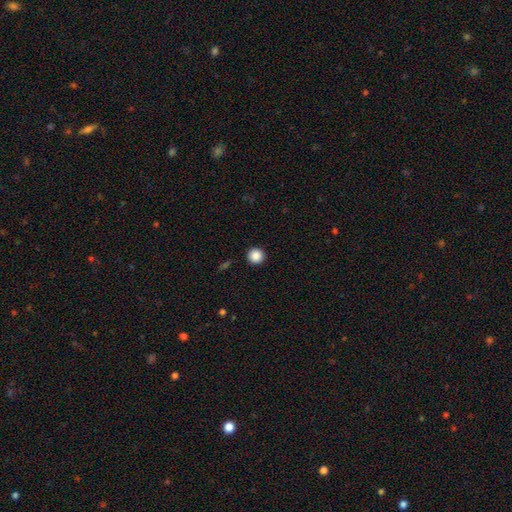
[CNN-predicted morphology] smooth_or_featured: smooth (p=0.87) [alt: star or artifact p=0.10]
how_rounded: round (p=0.96) [alt: in between p=0.03]
merging: none (p=0.93) [alt: minor disturbance p=0.04]